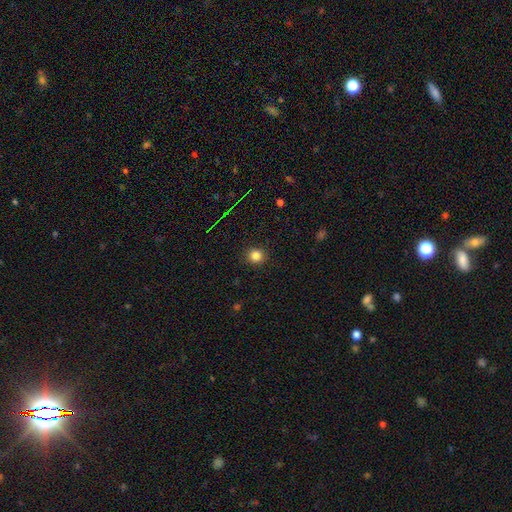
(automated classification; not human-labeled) This appears to be a smooth galaxy with no disk features (82%) that is round (87%). Merging: none (90%).